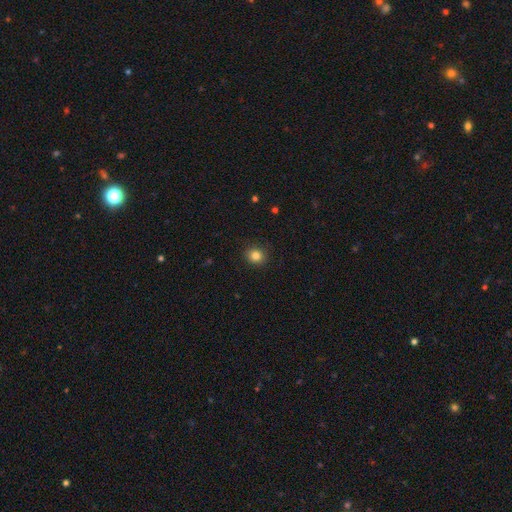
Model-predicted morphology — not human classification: smooth 83%, star or artifact 12%, featured or disk 6%. Down the decision tree: how rounded — round (85%); merging — none (90%).